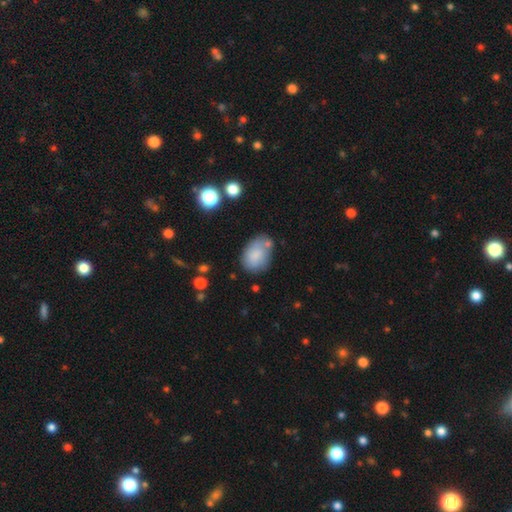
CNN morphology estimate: The model was most divided on "merging": none: 57%, minor disturbance: 24%, merger: 12%, major disturbance: 7%. More confident: smooth or featured — smooth (81%); how rounded — in between (80%).